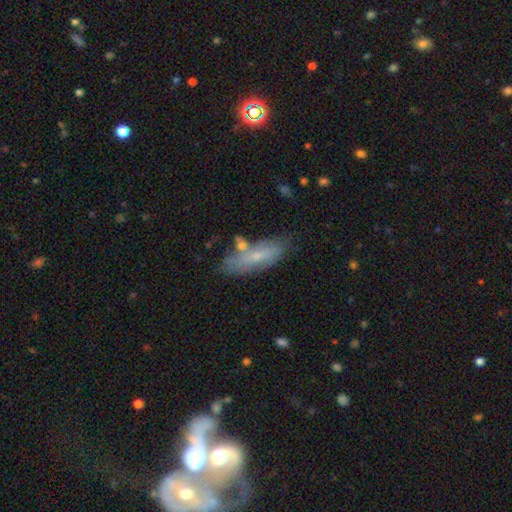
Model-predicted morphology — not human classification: Overall: smooth (53%; featured or disk 38%). How rounded: cigar-shaped (51%; in between 46%). Merging: none (66%).